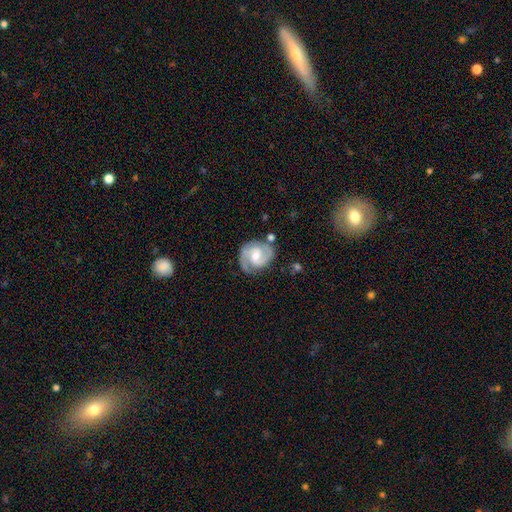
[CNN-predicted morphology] smooth-or-featured: featured or disk: 86% | smooth: 9% | star or artifact: 5%
  disk-edge-on: no: 98% | yes: 2%
    bar: weak: 53% | no: 30% | strong: 17%
    has-spiral-arms: yes: 97% | no: 3%
      spiral-winding: medium: 49% | tight: 40% | loose: 11%
      spiral-arm-count: 2: 87% | can't tell: 5% | 1: 3% | 3: 3% | 4: 1% | more than 4: 1%
    bulge-size: moderate: 58% | small: 34% | large: 4% | none: 2% | dominant: 1%
  merging: none: 72% | minor disturbance: 18% | major disturbance: 6% | merger: 4%